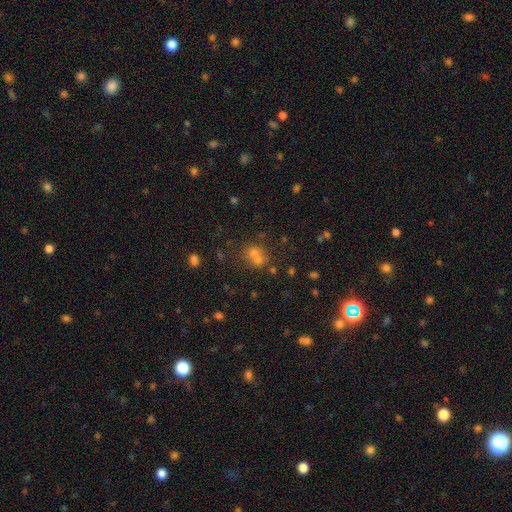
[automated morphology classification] smooth 63%, star or artifact 21%, featured or disk 16%. Down the decision tree: how rounded — round (74%); merging — merger (54%).